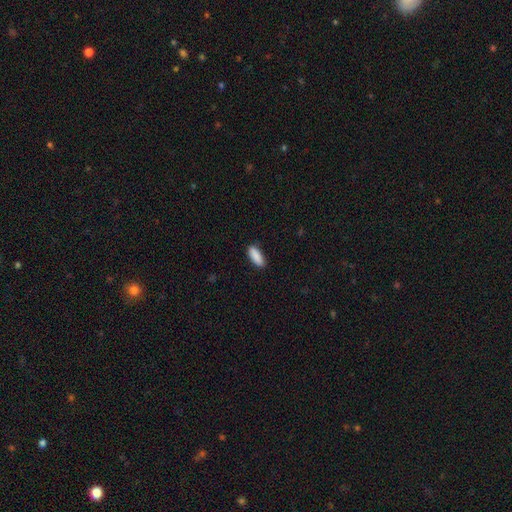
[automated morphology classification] Smooth or featured?
  - smooth: 90% *
  - star or artifact: 6%
  - featured or disk: 4%
How rounded?
  - in between: 71% *
  - cigar-shaped: 27%
  - round: 2%
Merging?
  - none: 86% *
  - minor disturbance: 10%
  - major disturbance: 2%
  - merger: 1%